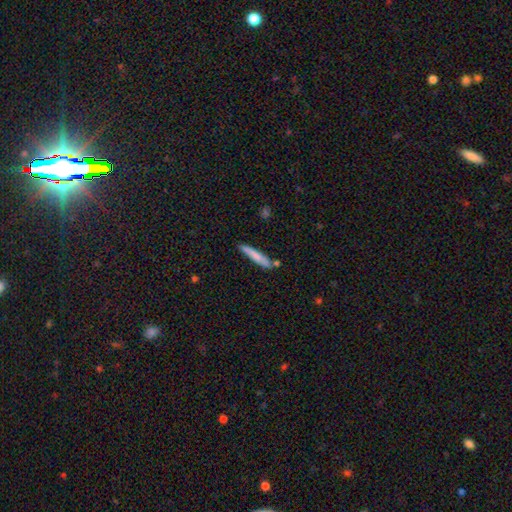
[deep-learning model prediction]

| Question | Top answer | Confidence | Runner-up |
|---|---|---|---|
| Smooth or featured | smooth | 74% | featured or disk (20%) |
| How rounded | cigar-shaped | 93% | in between (6%) |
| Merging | none | 72% | minor disturbance (17%) |